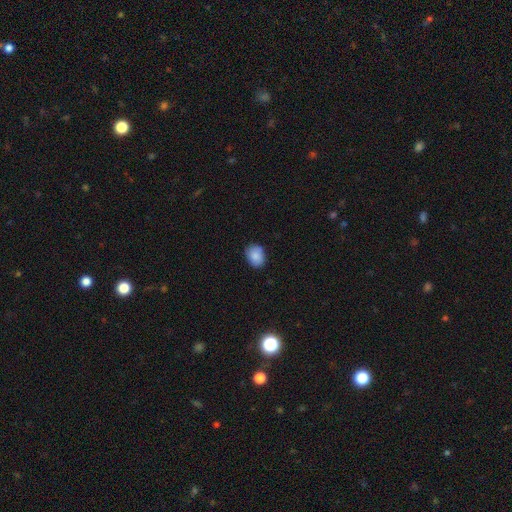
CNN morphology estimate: This is clearly a smooth galaxy (87%). How rounded: likely in between (60%). Merging: clearly none (82%).